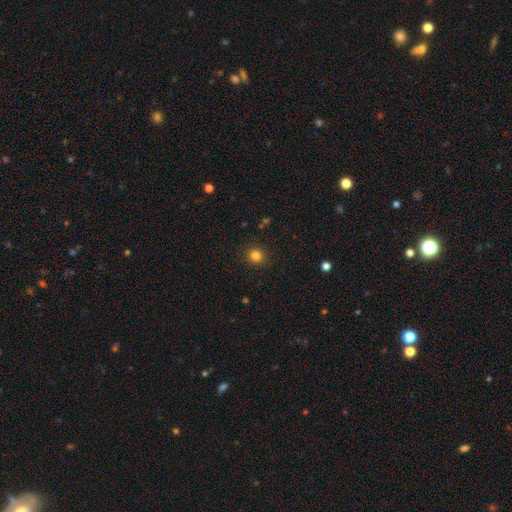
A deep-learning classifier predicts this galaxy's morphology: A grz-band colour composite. It shows a smooth galaxy with no disk features (82%) that is round (85%). Merging: none (90%).